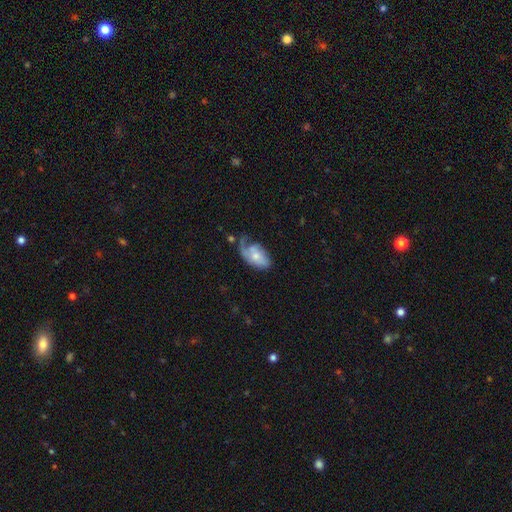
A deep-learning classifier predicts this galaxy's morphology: Smooth or featured? Predicted: featured or disk (p=0.51). Edge-on disk? Predicted: no (p=0.94). Merging? Predicted: major disturbance (p=0.35).